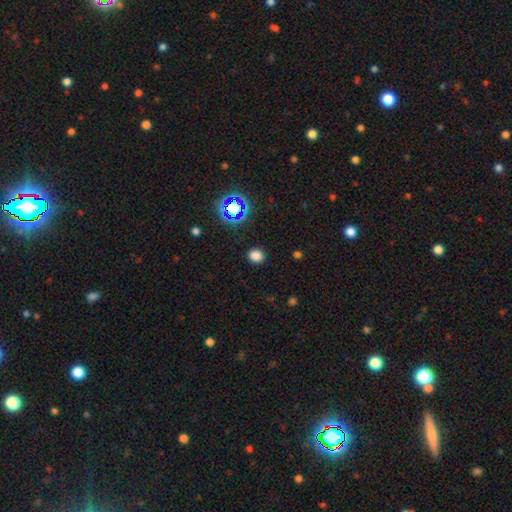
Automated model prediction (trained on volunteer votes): This appears to be a smooth galaxy with no disk features (77%) that is round (62%). Merging: none (88%).